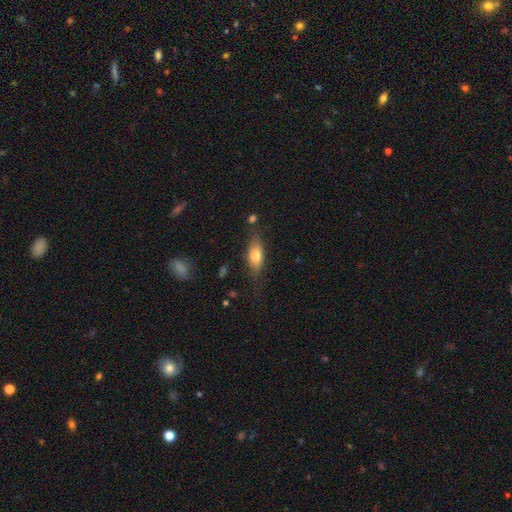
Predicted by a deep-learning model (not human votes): Q: Smooth or featured?
A: smooth (69%); runner-up: featured or disk (24%)
Q: How rounded?
A: in between (74%); runner-up: cigar-shaped (22%)
Q: Merging?
A: none (69%); runner-up: minor disturbance (21%)